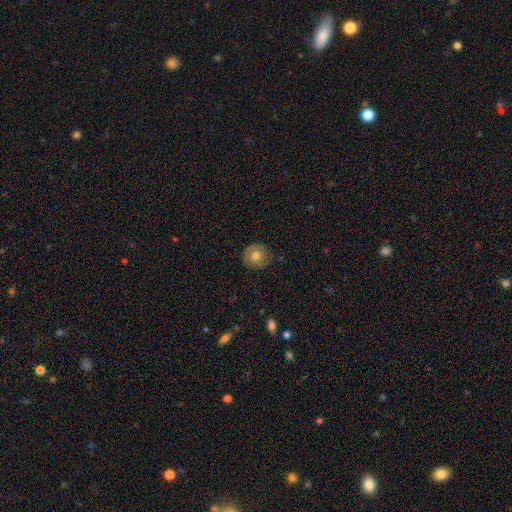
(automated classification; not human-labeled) Smooth or featured? Predicted: smooth (p=0.67). How rounded? Predicted: round (p=0.90). Merging? Predicted: none (p=0.82).